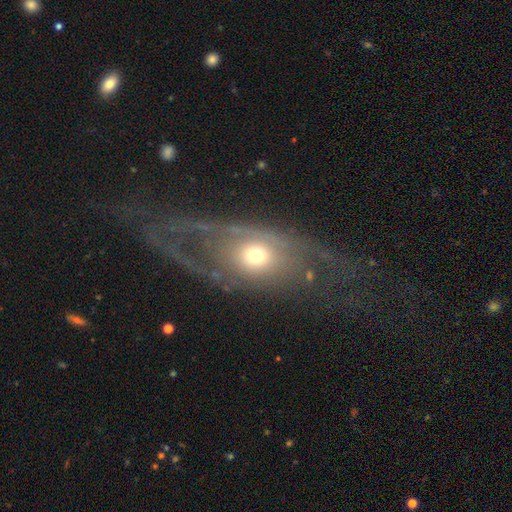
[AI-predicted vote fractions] Smooth or featured? Predicted: featured or disk (p=0.59). Edge-on disk? Predicted: no (p=0.85). Merging? Predicted: none (p=0.44).